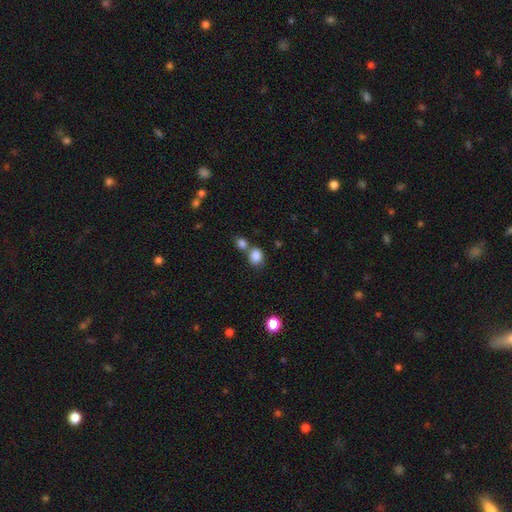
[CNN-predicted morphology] A smooth galaxy with no disk features (85%) that is round (62%).

Vote fractions:
- Smooth or featured? smooth: 85% / star or artifact: 10% / featured or disk: 5%
- How rounded? round: 62% / in between: 37% / cigar-shaped: 1%
- Merging? none: 51% / merger: 34% / minor disturbance: 11% / major disturbance: 4%